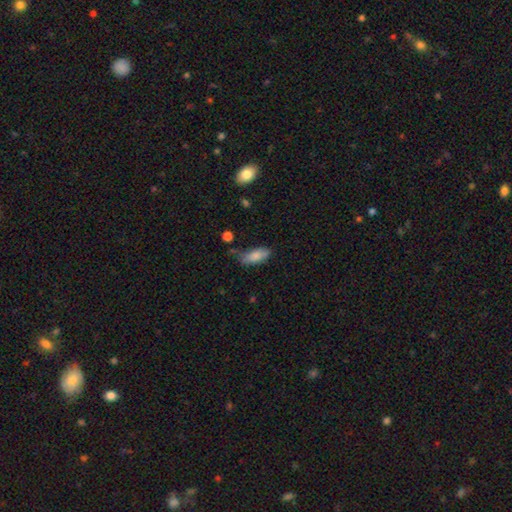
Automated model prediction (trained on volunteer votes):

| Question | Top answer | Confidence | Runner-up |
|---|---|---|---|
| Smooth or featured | smooth | 80% | featured or disk (12%) |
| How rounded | in between | 81% | cigar-shaped (16%) |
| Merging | none | 52% | minor disturbance (32%) |